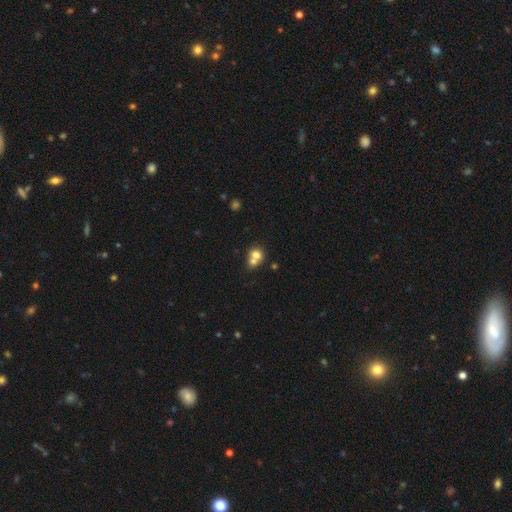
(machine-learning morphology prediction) type=smooth (71%); roundness=round (71%); merging=merger (63%).